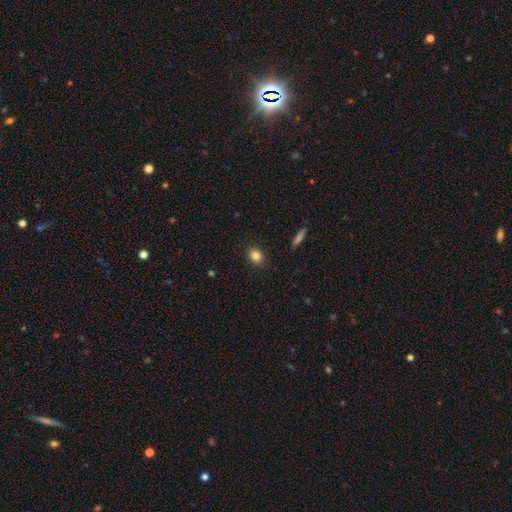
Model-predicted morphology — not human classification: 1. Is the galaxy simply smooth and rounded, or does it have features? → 83% smooth, 11% star or artifact, 6% featured or disk.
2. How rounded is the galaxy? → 60% round, 39% in between, 2% cigar-shaped.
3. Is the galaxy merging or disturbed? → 90% none, 7% minor disturbance, 2% major disturbance, 1% merger.